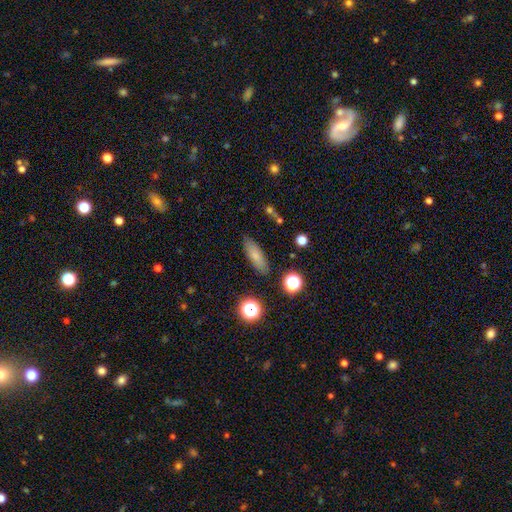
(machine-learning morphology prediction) smooth-or-featured: smooth: 74% | featured or disk: 14% | star or artifact: 11%
  how-rounded: in between: 49% | cigar-shaped: 46% | round: 5%
  merging: none: 86% | minor disturbance: 9% | major disturbance: 3% | merger: 2%